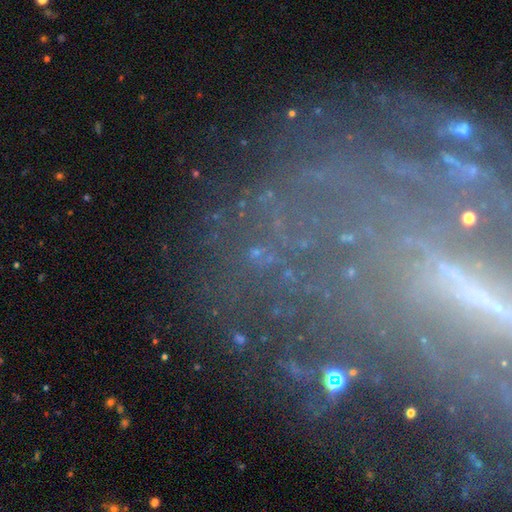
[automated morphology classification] smooth-or-featured: star or artifact: 59% | featured or disk: 22% | smooth: 19%